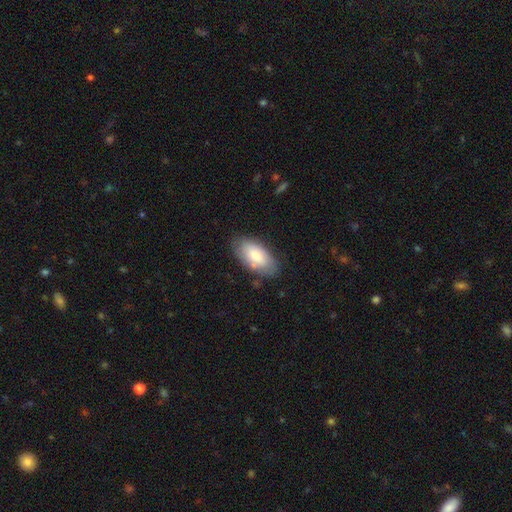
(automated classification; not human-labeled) Q: Smooth or featured?
A: smooth (75%); runner-up: featured or disk (19%)
Q: How rounded?
A: in between (93%); runner-up: cigar-shaped (4%)
Q: Merging?
A: none (77%); runner-up: minor disturbance (17%)